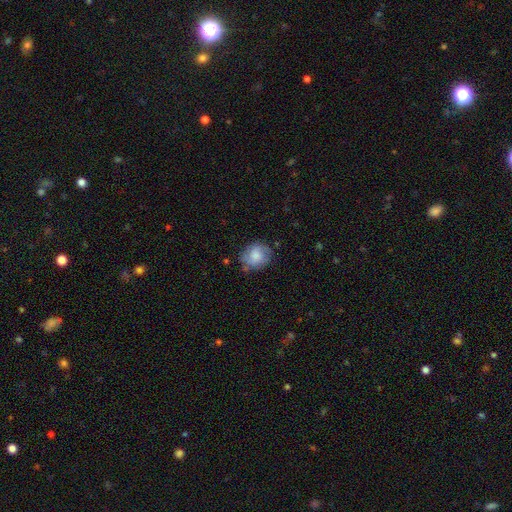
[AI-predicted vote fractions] Q: Smooth or featured?
A: smooth (56%); runner-up: featured or disk (36%)
Q: How rounded?
A: round (68%); runner-up: in between (31%)
Q: Merging?
A: none (72%); runner-up: minor disturbance (20%)